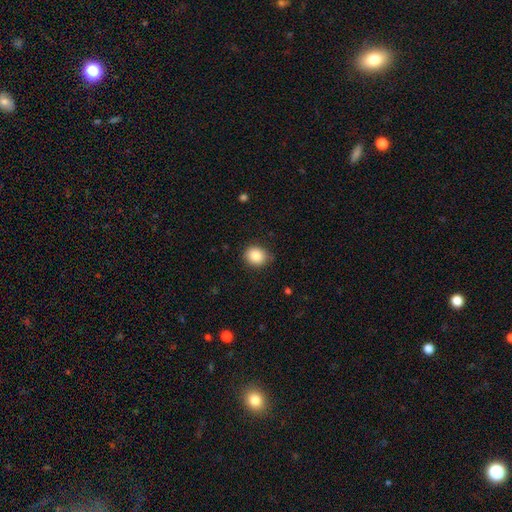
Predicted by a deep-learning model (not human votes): smooth-or-featured: smooth: 87% | star or artifact: 9% | featured or disk: 5%
  how-rounded: round: 70% | in between: 30% | cigar-shaped: 1%
  merging: none: 81% | minor disturbance: 14% | major disturbance: 3% | merger: 1%